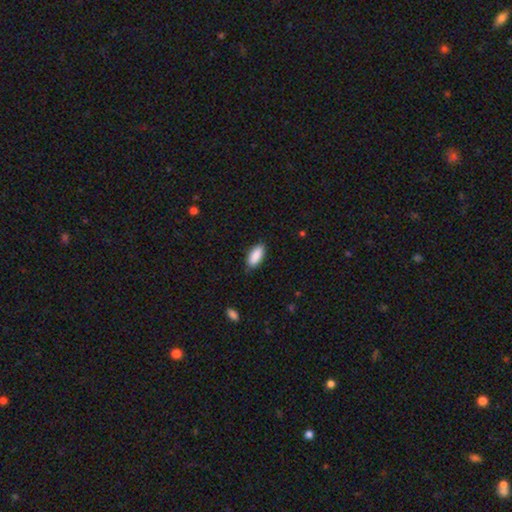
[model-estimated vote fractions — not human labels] This appears to be a smooth galaxy with no disk features (90%) that is in between round and cigar-shaped (88%). Merging: none (83%).